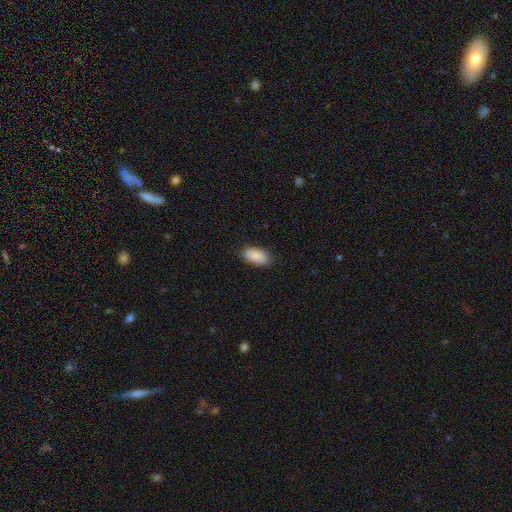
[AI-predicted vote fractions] Q: Smooth or featured?
A: smooth (89%); runner-up: star or artifact (6%)
Q: How rounded?
A: in between (94%); runner-up: cigar-shaped (3%)
Q: Merging?
A: none (85%); runner-up: minor disturbance (11%)